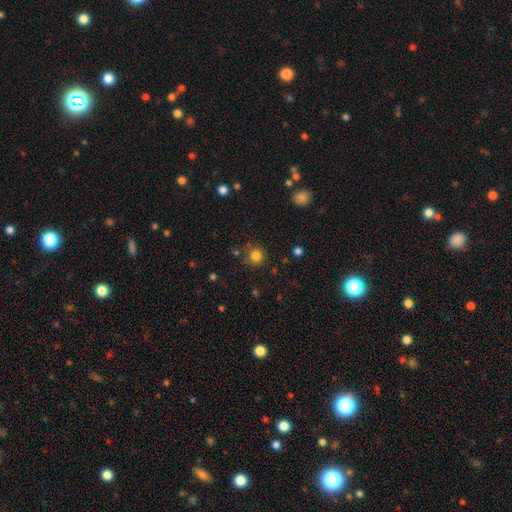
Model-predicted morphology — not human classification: smooth_or_featured: smooth (p=0.82) [alt: star or artifact p=0.13]
how_rounded: round (p=0.92) [alt: in between p=0.07]
merging: none (p=0.80) [alt: minor disturbance p=0.11]